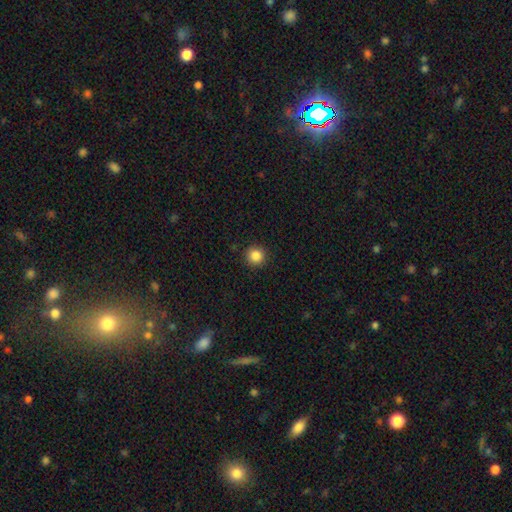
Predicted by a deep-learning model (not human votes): This appears to be a smooth galaxy with no disk features (86%) that is round (95%). Merging: none (92%).